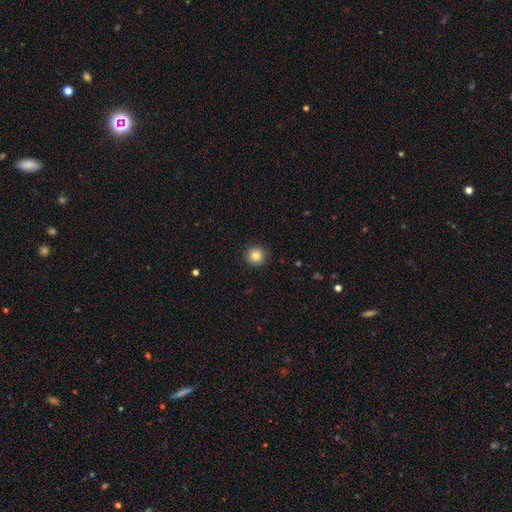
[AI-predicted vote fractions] Smooth or featured?
  - smooth: 86% *
  - star or artifact: 10%
  - featured or disk: 4%
How rounded?
  - round: 93% *
  - in between: 6%
  - cigar-shaped: 1%
Merging?
  - none: 89% *
  - minor disturbance: 8%
  - major disturbance: 2%
  - merger: 1%